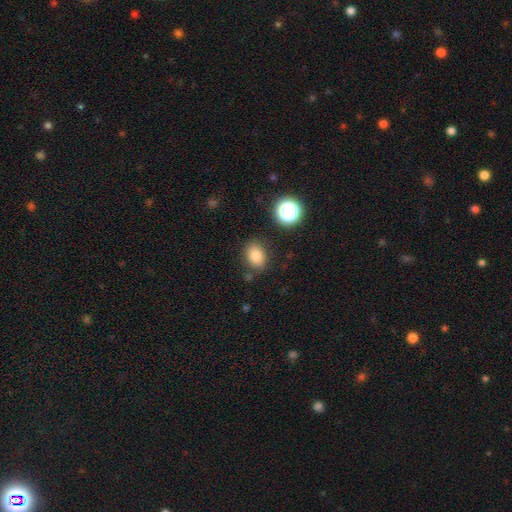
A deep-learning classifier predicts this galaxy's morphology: smooth 81%, star or artifact 12%, featured or disk 7%. Down the decision tree: how rounded — in between (65%); merging — none (81%).